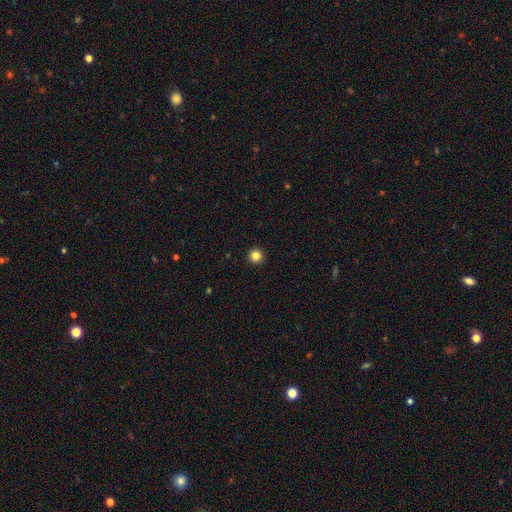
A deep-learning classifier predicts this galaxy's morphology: Q: Smooth or featured?
A: smooth (84%); runner-up: star or artifact (12%)
Q: How rounded?
A: round (96%); runner-up: in between (3%)
Q: Merging?
A: none (94%); runner-up: minor disturbance (4%)